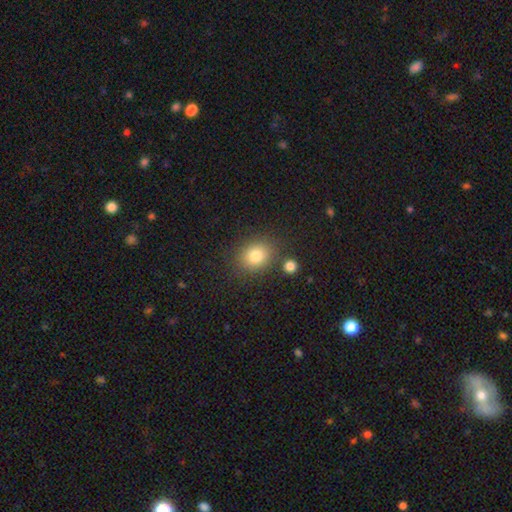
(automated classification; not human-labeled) This appears to be a smooth galaxy with no disk features (81%) that is round (60%). Merging: none (80%).